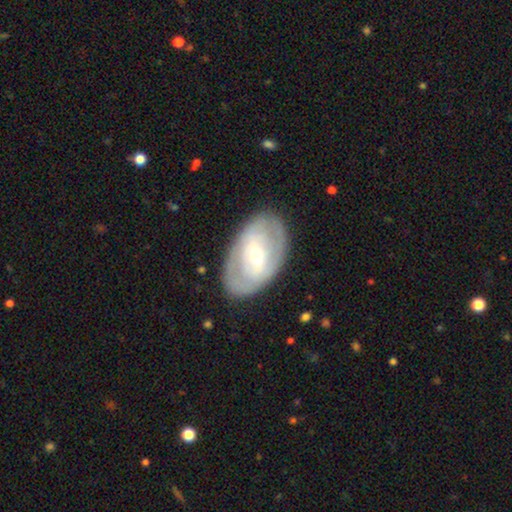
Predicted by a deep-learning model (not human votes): A featured or disk galaxy (66%) with a weak bar (40%), no spiral arms (52%) and a moderate central bulge (51%).

Vote fractions:
- Smooth or featured? featured or disk: 66% / smooth: 28% / star or artifact: 6%
- Edge-on disk? no: 92% / yes: 8%
- Bar? weak: 40% / strong: 31% / no: 29%
- Spiral arms? no: 52% / yes: 48%
- Bulge size? moderate: 51% / small: 44% / large: 3% / dominant: 1% / none: 1%
- Merging? none: 81% / minor disturbance: 13% / major disturbance: 5% / merger: 1%